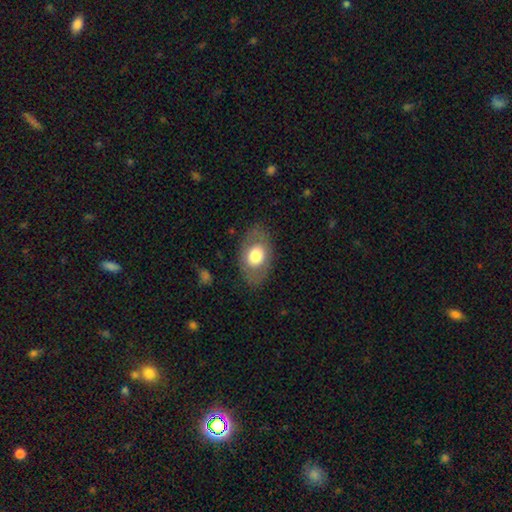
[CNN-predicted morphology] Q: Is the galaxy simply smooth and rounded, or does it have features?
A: smooth — 64%.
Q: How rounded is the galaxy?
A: in between — 82%.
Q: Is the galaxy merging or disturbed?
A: none — 79%.